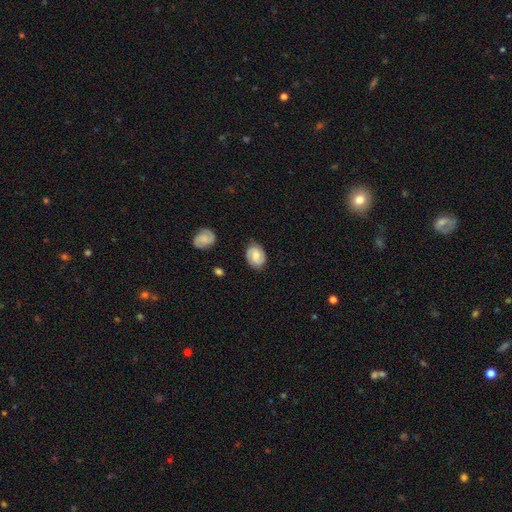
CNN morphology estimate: This appears to be a featured or disk galaxy (58%) with a weak bar (47%), 2 (86%) medium (44%) spiral arms (93%) and a moderate central bulge (44%). Merging: none (81%).